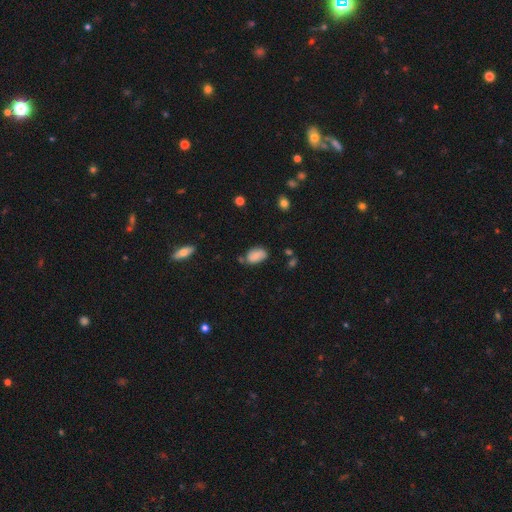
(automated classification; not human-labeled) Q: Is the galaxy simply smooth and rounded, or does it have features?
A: smooth — 73%.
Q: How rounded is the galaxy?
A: in between — 91%.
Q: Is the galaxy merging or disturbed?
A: none — 62%.